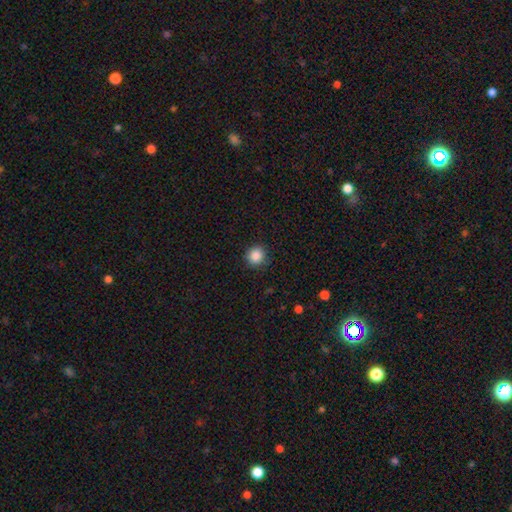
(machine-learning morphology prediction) A smooth galaxy with no disk features (87%) that is round (91%).

Vote fractions:
- Smooth or featured? smooth: 87% / star or artifact: 10% / featured or disk: 3%
- How rounded? round: 91% / in between: 8% / cigar-shaped: 1%
- Merging? none: 88% / minor disturbance: 8% / major disturbance: 2% / merger: 1%